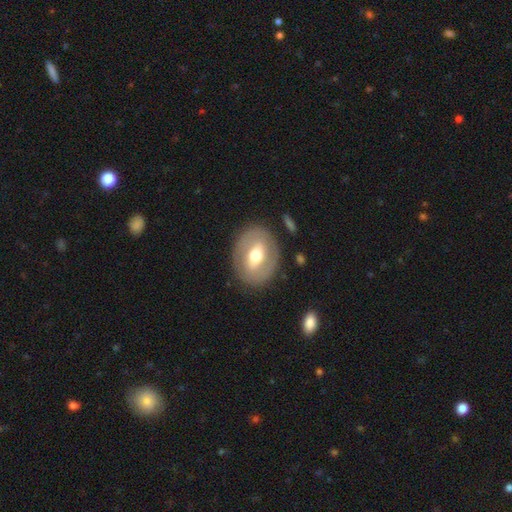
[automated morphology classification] Q: Smooth or featured?
A: featured or disk (55%); runner-up: smooth (39%)
Q: Edge-on disk?
A: no (91%); runner-up: yes (9%)
Q: Bar?
A: weak (39%); runner-up: strong (36%)
Q: Spiral arms?
A: no (71%); runner-up: yes (29%)
Q: Bulge size?
A: moderate (70%); runner-up: large (17%)
Q: Merging?
A: none (84%); runner-up: minor disturbance (10%)